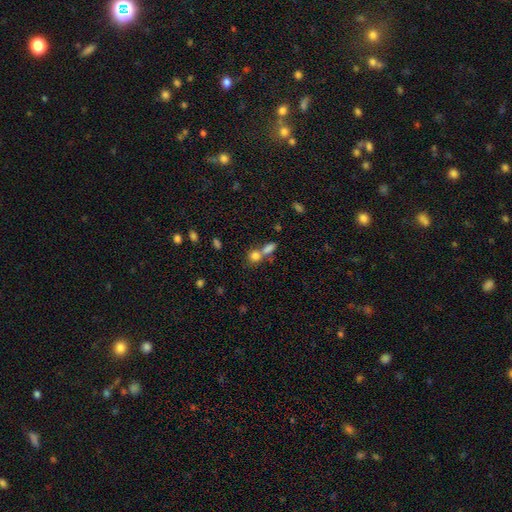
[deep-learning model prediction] A smooth galaxy with no disk features (79%) that is round (65%). Merging: merger (48%).